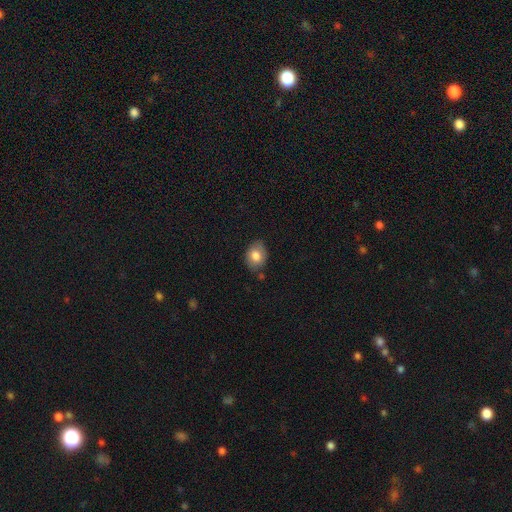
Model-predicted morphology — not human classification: Overall: smooth (78%). How rounded: in between (69%; round 30%). Merging: none (74%).